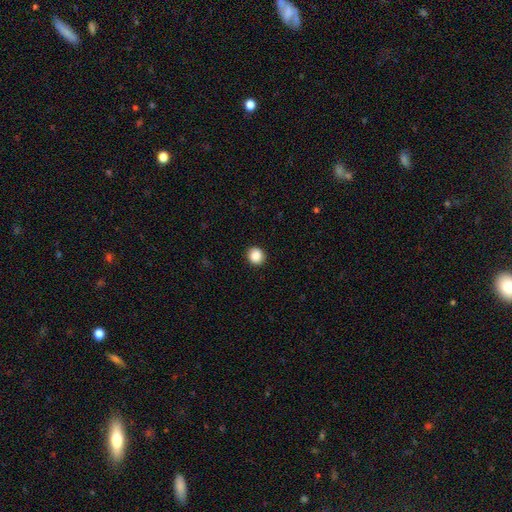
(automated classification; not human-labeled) Smooth or featured? Predicted: smooth (p=0.88). How rounded? Predicted: round (p=0.88). Merging? Predicted: none (p=0.91).